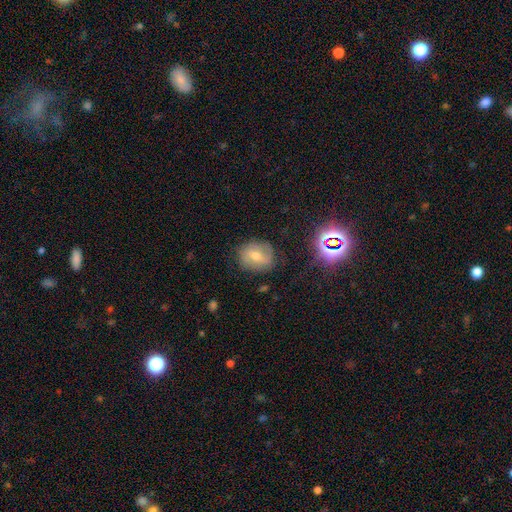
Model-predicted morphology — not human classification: Smooth or featured?
  - smooth: 42% *
  - featured or disk: 39%
  - star or artifact: 19%
Merging?
  - none: 76% *
  - minor disturbance: 17%
  - major disturbance: 5%
  - merger: 2%